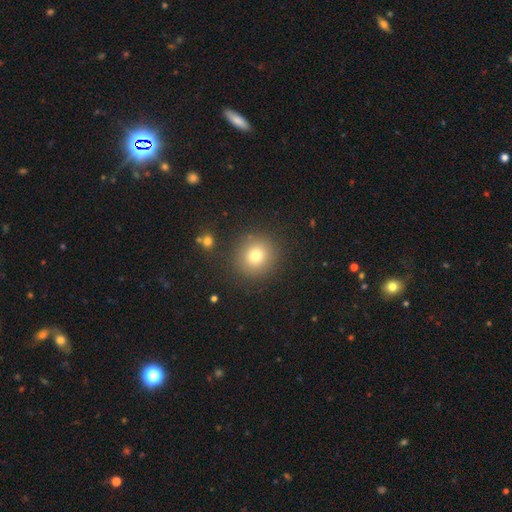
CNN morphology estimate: Overall: smooth (76%). How rounded: round (92%). Merging: none (88%).